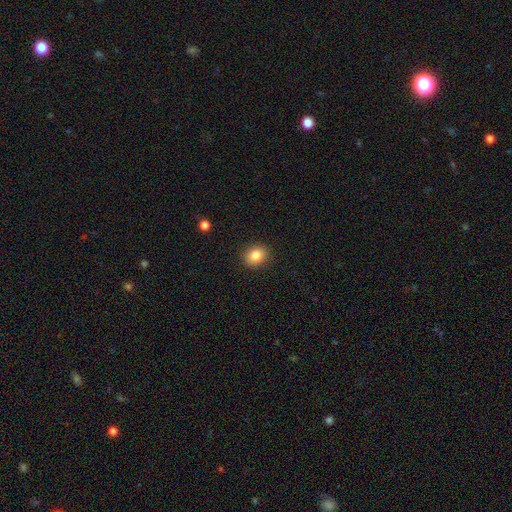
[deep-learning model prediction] Smooth or featured? smooth (84%)
How rounded? round (57%)
Merging? none (90%)